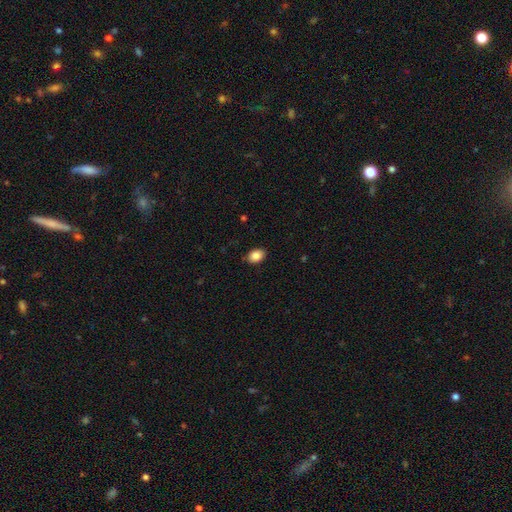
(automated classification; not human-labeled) This appears to be a smooth galaxy with no disk features (87%) that is in between round and cigar-shaped (78%). Merging: none (88%).